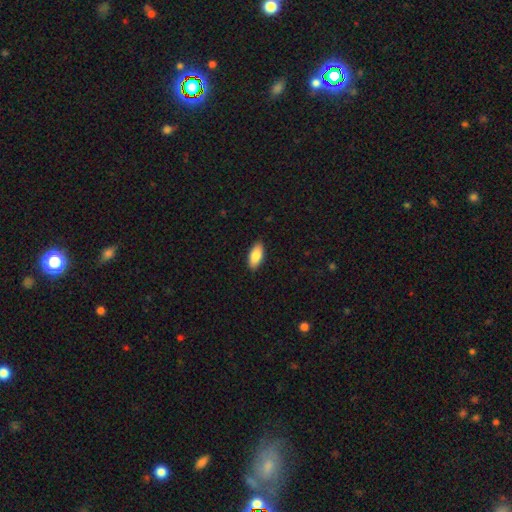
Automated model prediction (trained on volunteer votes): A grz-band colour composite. It shows a smooth galaxy with no disk features (87%) that is in between round and cigar-shaped (89%). Merging: none (89%).